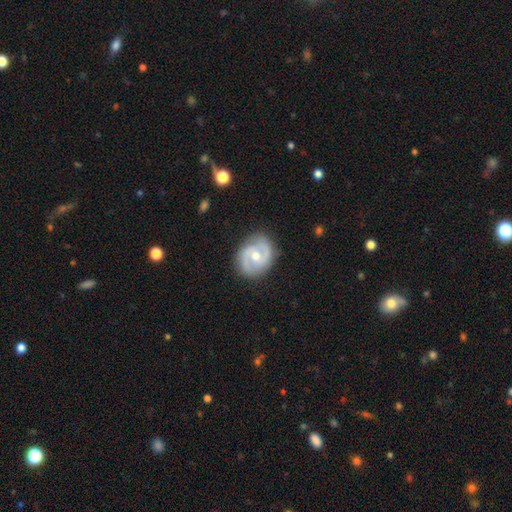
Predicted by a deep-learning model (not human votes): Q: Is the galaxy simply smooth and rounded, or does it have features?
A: featured or disk — 82%.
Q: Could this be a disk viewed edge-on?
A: no — 97%.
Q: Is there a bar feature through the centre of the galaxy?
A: no — 48%.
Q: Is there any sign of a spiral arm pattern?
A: yes — 90%.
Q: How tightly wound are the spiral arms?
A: medium — 47%.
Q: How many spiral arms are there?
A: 2 — 88%.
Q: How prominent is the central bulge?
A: moderate — 74%.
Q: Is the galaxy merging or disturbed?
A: none — 83%.